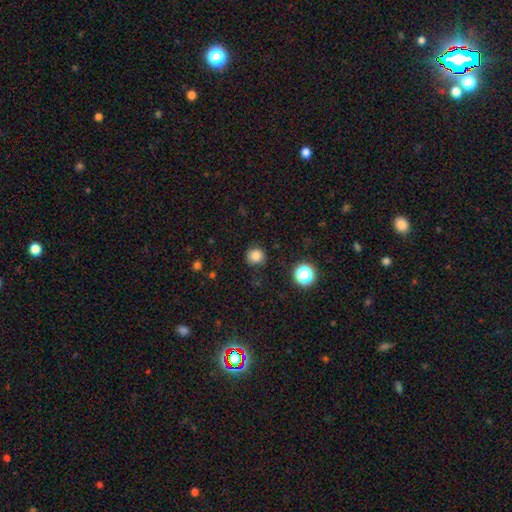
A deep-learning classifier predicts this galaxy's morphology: Smooth or featured? Predicted: smooth (p=0.82). How rounded? Predicted: round (p=0.90). Merging? Predicted: none (p=0.84).